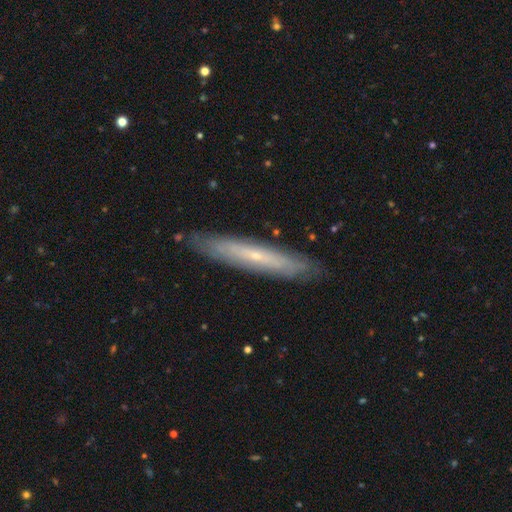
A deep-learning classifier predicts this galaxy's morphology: smooth-or-featured: featured or disk: 60% | smooth: 33% | star or artifact: 7%
  disk-edge-on: yes: 75% | no: 25%
  merging: none: 87% | minor disturbance: 10% | major disturbance: 2% | merger: 1%